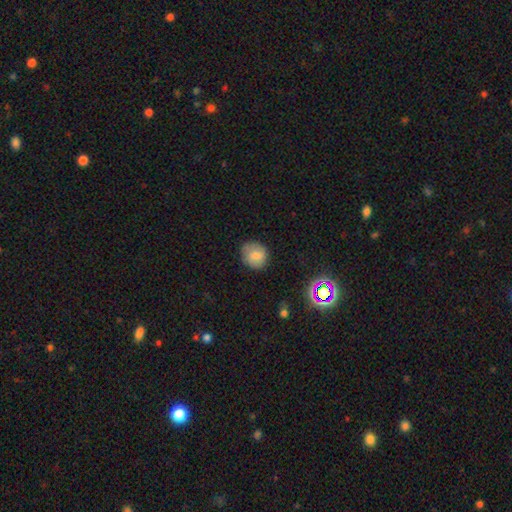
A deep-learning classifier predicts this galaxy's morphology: Q: Smooth or featured?
A: smooth (72%); runner-up: featured or disk (19%)
Q: How rounded?
A: round (79%); runner-up: in between (20%)
Q: Merging?
A: none (78%); runner-up: minor disturbance (17%)